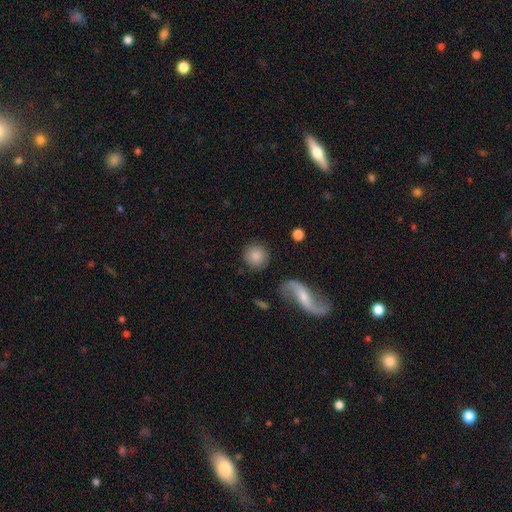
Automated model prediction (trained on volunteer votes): Smooth or featured: smooth — 81% (featured or disk — 11%)
How rounded: round — 92% (in between — 6%)
Merging: none — 86% (minor disturbance — 7%)